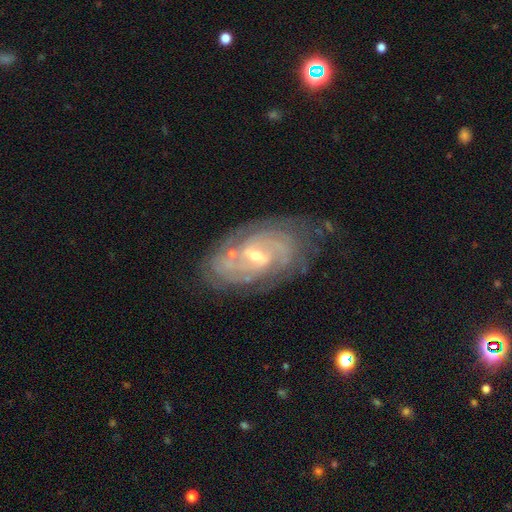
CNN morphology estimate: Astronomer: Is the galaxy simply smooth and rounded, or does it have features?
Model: featured or disk — 85%.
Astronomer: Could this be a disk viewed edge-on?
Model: no — 95%.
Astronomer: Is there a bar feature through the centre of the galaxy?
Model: weak — 52% (runner-up: no, 29%).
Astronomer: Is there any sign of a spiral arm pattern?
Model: yes — 95%.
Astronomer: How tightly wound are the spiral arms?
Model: tight — 68%.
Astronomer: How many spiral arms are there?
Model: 2 — 32% (runner-up: can't tell, 31%).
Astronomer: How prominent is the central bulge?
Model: small — 56% (runner-up: moderate, 39%).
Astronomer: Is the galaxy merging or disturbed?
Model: none — 70%.